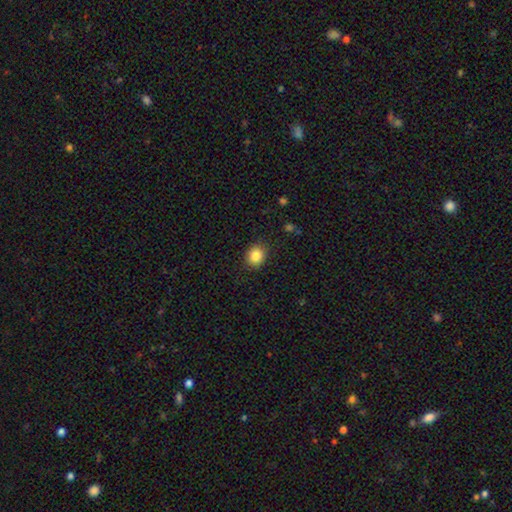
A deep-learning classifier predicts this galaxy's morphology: Smooth or featured?
  - smooth: 85% *
  - star or artifact: 10%
  - featured or disk: 5%
How rounded?
  - round: 71% *
  - in between: 28%
  - cigar-shaped: 1%
Merging?
  - none: 88% *
  - minor disturbance: 9%
  - major disturbance: 2%
  - merger: 1%